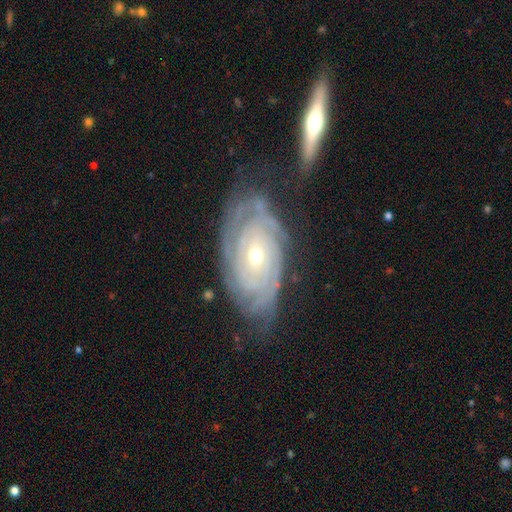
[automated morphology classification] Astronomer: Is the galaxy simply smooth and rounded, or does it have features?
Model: featured or disk — 88%.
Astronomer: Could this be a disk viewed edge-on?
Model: no — 94%.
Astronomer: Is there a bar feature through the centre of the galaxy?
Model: no — 75%.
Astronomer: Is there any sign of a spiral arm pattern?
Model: yes — 96%.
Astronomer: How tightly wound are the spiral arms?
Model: tight — 84%.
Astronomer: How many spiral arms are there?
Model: can't tell — 36% (runner-up: 3, 18%).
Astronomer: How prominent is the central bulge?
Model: small — 57% (runner-up: moderate, 40%).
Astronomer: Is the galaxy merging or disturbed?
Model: none — 68%.